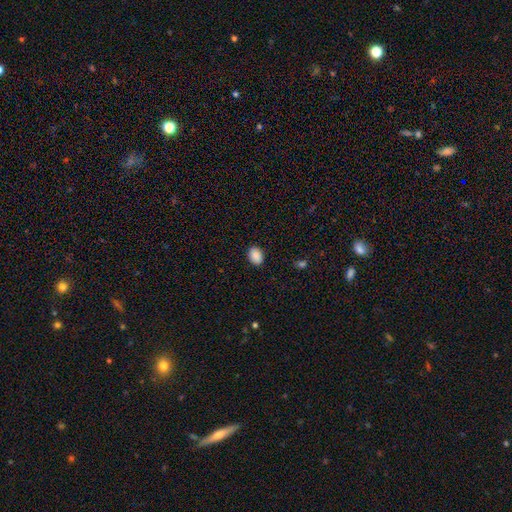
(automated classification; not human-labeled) Smooth or featured: smooth — 89% (star or artifact — 8%)
How rounded: in between — 76% (round — 23%)
Merging: none — 89% (minor disturbance — 8%)